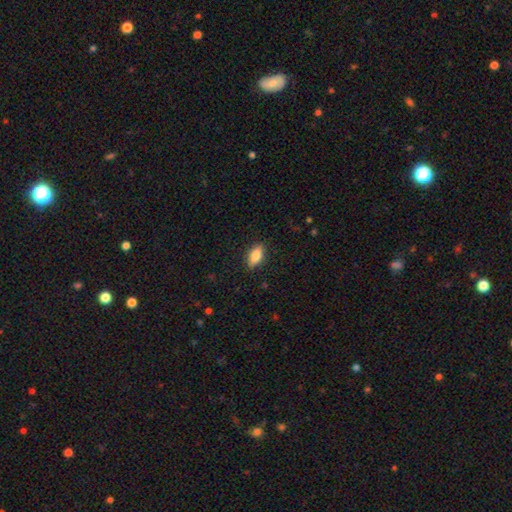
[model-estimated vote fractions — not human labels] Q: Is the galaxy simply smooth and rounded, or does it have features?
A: smooth — 79%.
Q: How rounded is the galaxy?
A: in between — 84%.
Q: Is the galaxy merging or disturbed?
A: none — 86%.